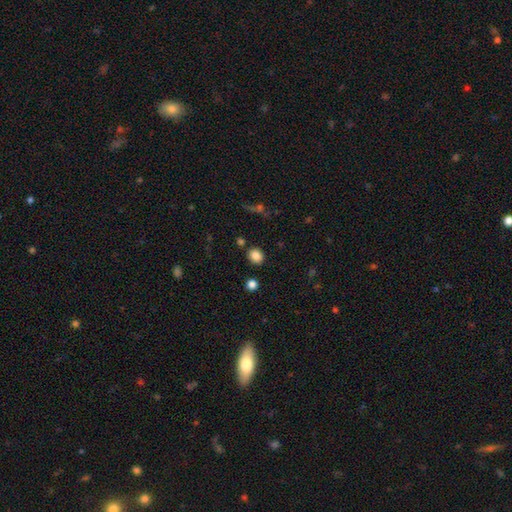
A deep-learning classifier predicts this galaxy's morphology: Smooth or featured?
  - smooth: 85% *
  - star or artifact: 10%
  - featured or disk: 5%
How rounded?
  - round: 61% *
  - in between: 38%
  - cigar-shaped: 1%
Merging?
  - none: 85% *
  - minor disturbance: 8%
  - merger: 4%
  - major disturbance: 3%